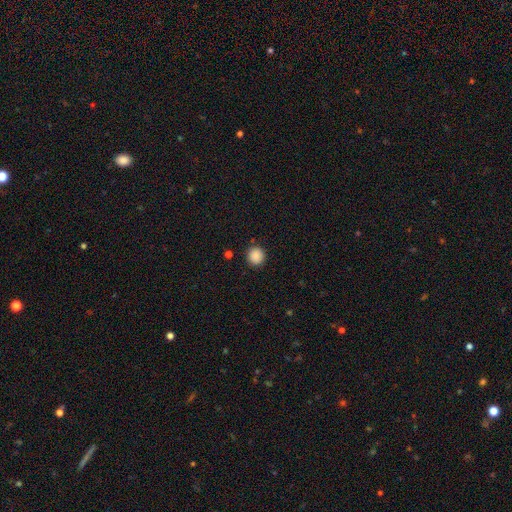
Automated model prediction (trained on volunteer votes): Morphology: type=smooth (88%); roundness=round (93%); merging=none (90%).